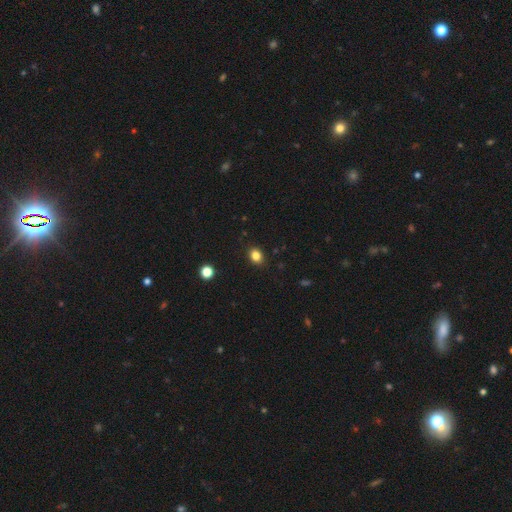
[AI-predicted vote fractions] This appears to be a smooth galaxy with no disk features (84%) that is in between round and cigar-shaped (52%). Merging: none (89%).